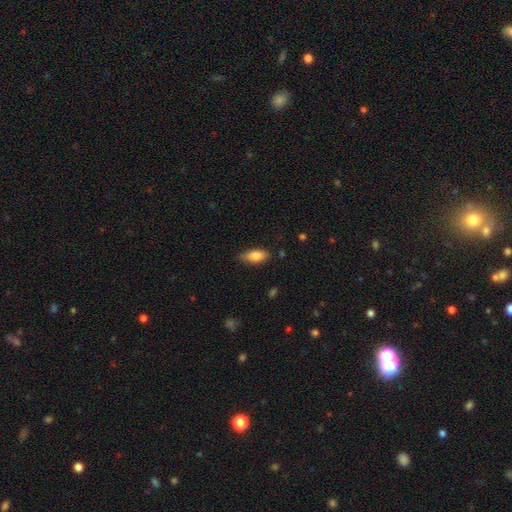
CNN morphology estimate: type=smooth (80%); roundness=in between (81%); merging=none (74%).